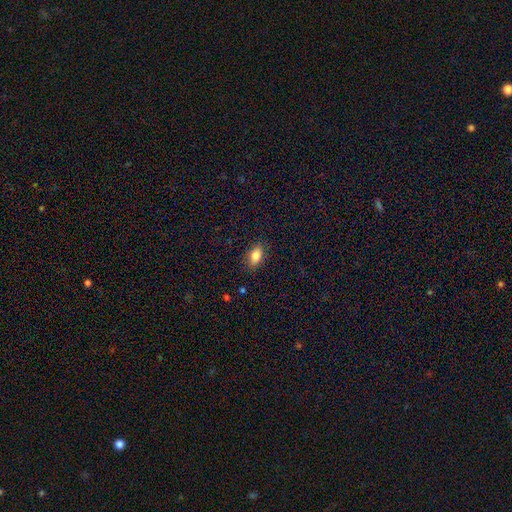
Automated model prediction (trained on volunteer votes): Morphology: type=smooth (84%); roundness=in between (87%); merging=none (86%).